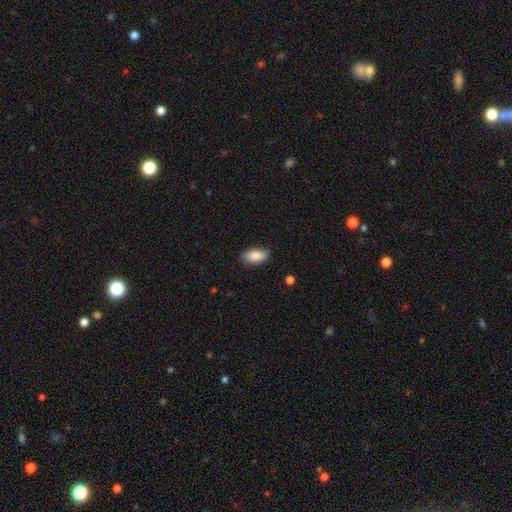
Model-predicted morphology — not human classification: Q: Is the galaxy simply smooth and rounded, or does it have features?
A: smooth — 86%.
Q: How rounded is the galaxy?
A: in between — 92%.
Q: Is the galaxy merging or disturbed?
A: none — 80%.